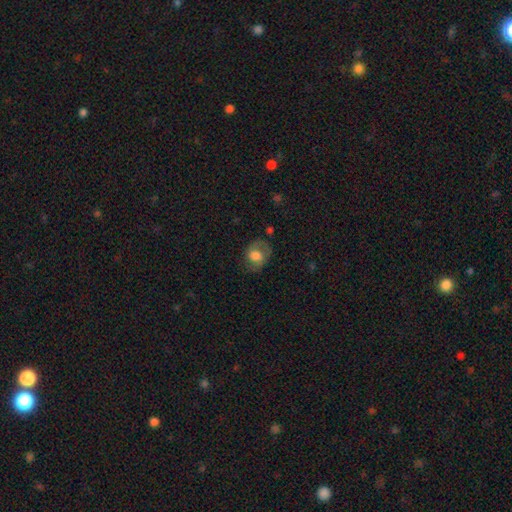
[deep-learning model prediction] Smooth or featured? smooth (62%)
How rounded? in between (51%)
Merging? none (56%)